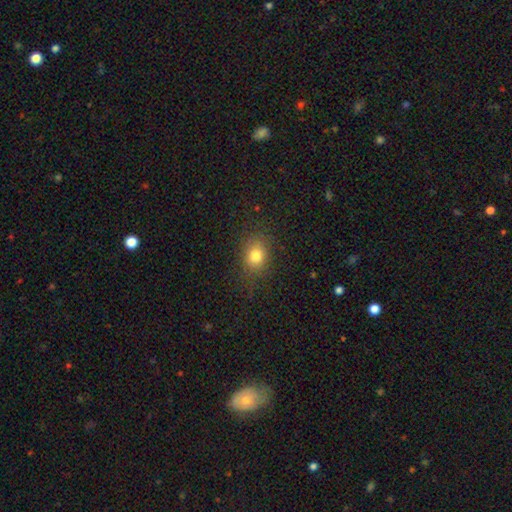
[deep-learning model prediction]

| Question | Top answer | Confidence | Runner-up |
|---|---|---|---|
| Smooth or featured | smooth | 79% | star or artifact (14%) |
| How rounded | round | 56% | in between (43%) |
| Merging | none | 82% | minor disturbance (12%) |